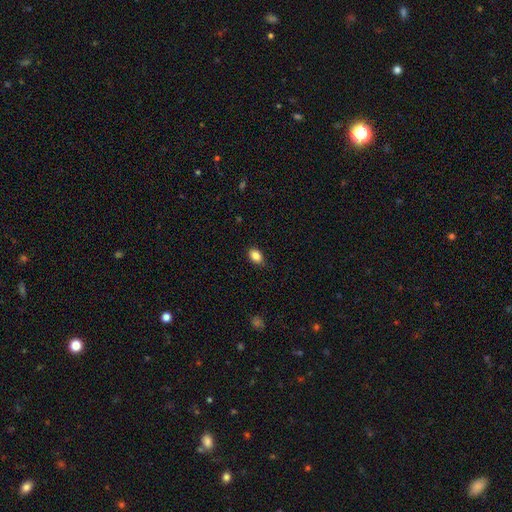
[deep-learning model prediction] Q: Smooth or featured?
A: smooth (86%); runner-up: star or artifact (9%)
Q: How rounded?
A: in between (79%); runner-up: round (19%)
Q: Merging?
A: none (82%); runner-up: minor disturbance (15%)